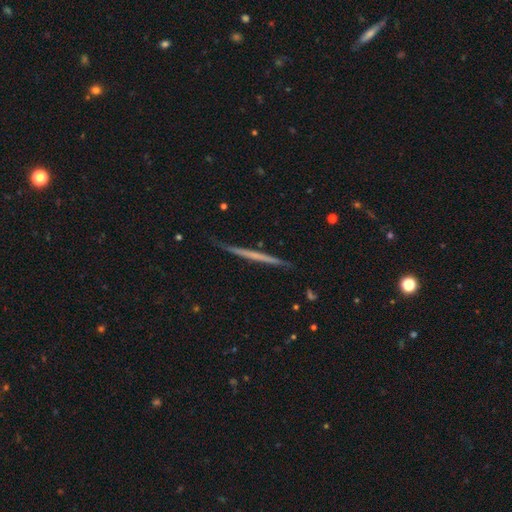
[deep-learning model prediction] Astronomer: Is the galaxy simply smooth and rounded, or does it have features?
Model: featured or disk — 59% (runner-up: smooth, 36%).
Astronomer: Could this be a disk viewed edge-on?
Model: yes — 97%.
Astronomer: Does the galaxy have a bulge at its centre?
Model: none — 91%.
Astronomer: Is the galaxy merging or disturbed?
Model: none — 87%.